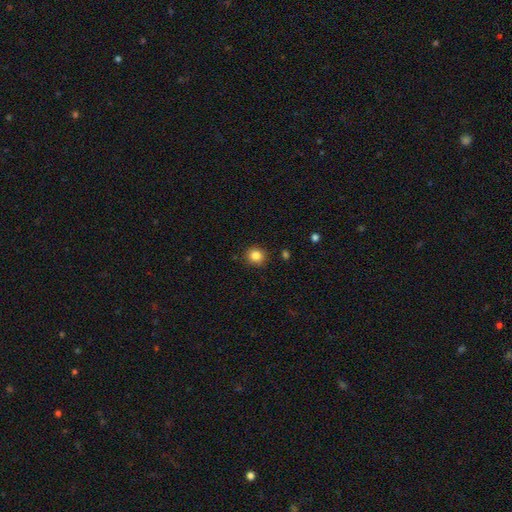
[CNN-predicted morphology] A smooth galaxy with no disk features (84%) that is round (87%).

Vote fractions:
- Smooth or featured? smooth: 84% / star or artifact: 11% / featured or disk: 5%
- How rounded? round: 87% / in between: 12% / cigar-shaped: 1%
- Merging? none: 89% / minor disturbance: 7% / major disturbance: 2% / merger: 2%